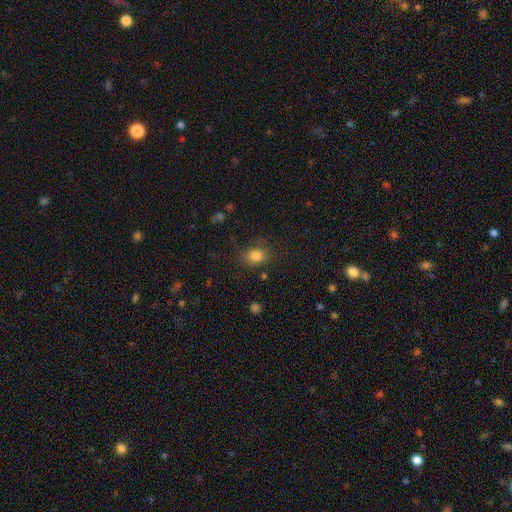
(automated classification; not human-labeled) Smooth or featured?
  - smooth: 83% *
  - star or artifact: 11%
  - featured or disk: 6%
How rounded?
  - round: 51% *
  - in between: 48%
  - cigar-shaped: 1%
Merging?
  - none: 78% *
  - minor disturbance: 14%
  - major disturbance: 5%
  - merger: 2%